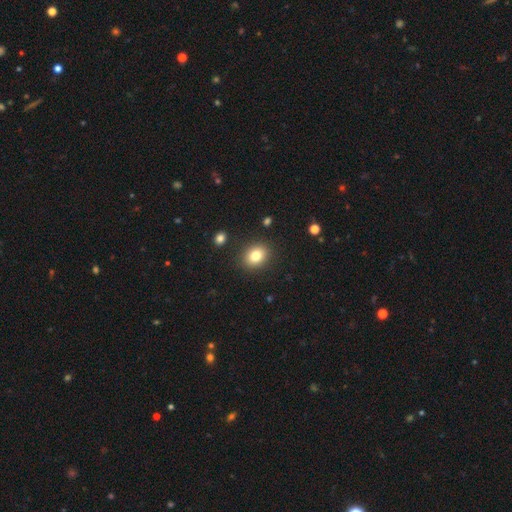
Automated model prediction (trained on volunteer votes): Overall: smooth (81%). How rounded: round (54%; in between 45%). Merging: none (88%).